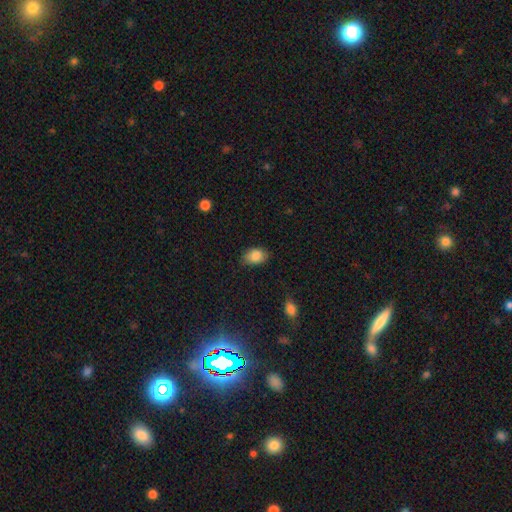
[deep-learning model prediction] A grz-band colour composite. It shows a smooth galaxy with no disk features (85%) that is in between round and cigar-shaped (85%). Merging: none (76%).